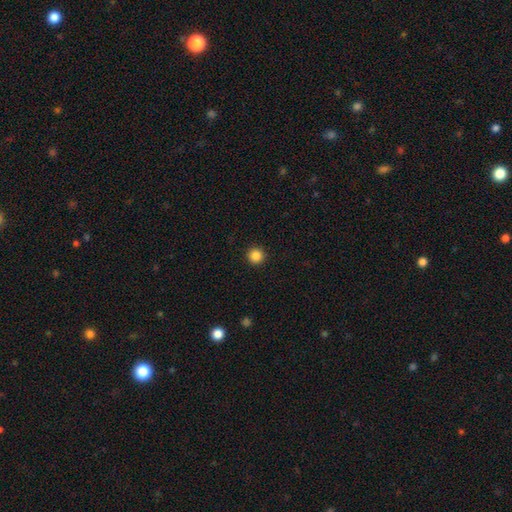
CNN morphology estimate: Smooth or featured? smooth (86%)
How rounded? round (96%)
Merging? none (93%)